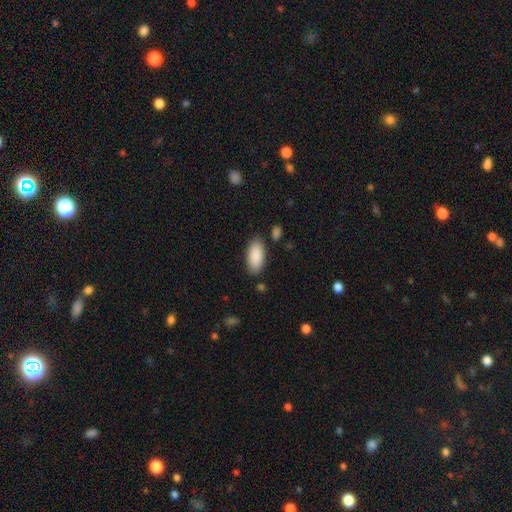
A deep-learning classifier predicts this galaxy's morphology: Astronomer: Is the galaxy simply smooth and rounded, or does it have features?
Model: smooth — 90%.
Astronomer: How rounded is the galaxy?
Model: in between — 90%.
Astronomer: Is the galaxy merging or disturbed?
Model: none — 83%.